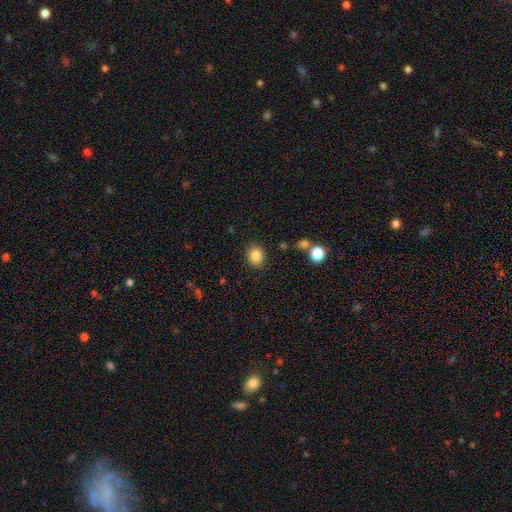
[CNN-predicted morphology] Smooth or featured? Predicted: smooth (p=0.85). How rounded? Predicted: round (p=0.66). Merging? Predicted: none (p=0.88).